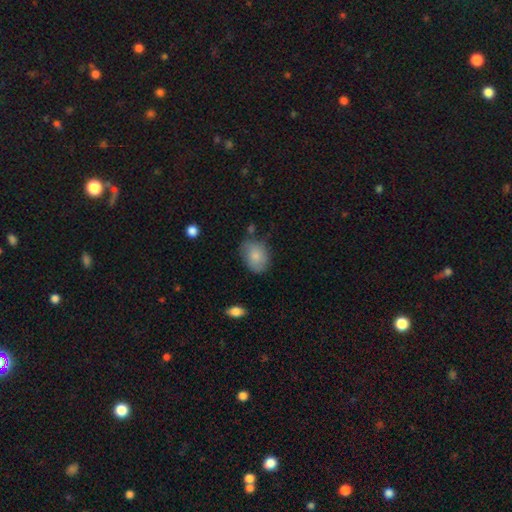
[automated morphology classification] Overall: smooth (80%). How rounded: in between (67%; round 32%). Merging: none (66%).